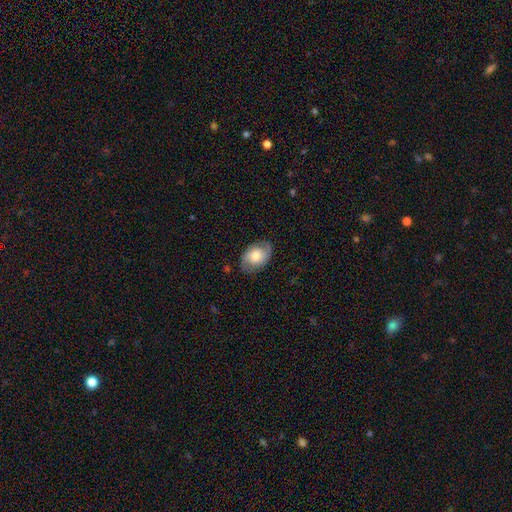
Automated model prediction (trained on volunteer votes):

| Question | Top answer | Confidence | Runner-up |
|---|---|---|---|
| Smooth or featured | featured or disk | 48% | smooth (45%) |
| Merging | none | 76% | minor disturbance (17%) |